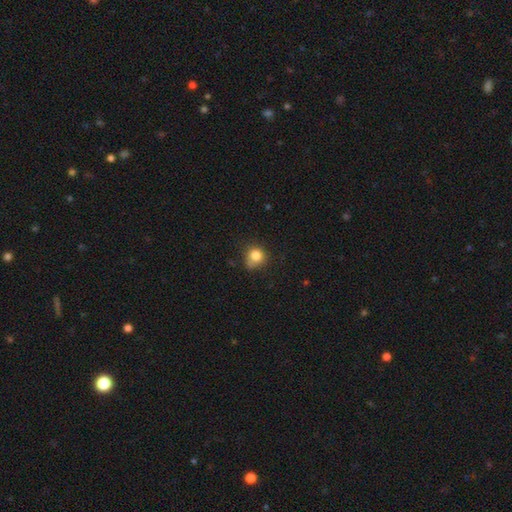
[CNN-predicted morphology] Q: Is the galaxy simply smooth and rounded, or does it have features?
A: smooth — 82%.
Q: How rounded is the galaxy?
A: round — 84%.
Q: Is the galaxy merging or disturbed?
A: none — 61%.